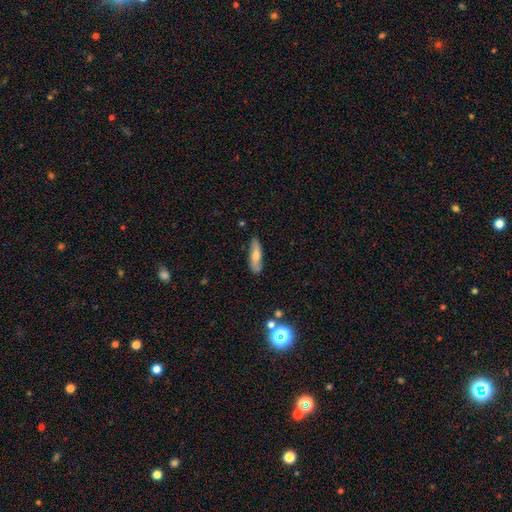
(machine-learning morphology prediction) smooth-or-featured: smooth: 63% | featured or disk: 30% | star or artifact: 7%
  how-rounded: cigar-shaped: 61% | in between: 36% | round: 2%
  merging: none: 80% | minor disturbance: 16% | major disturbance: 3% | merger: 2%